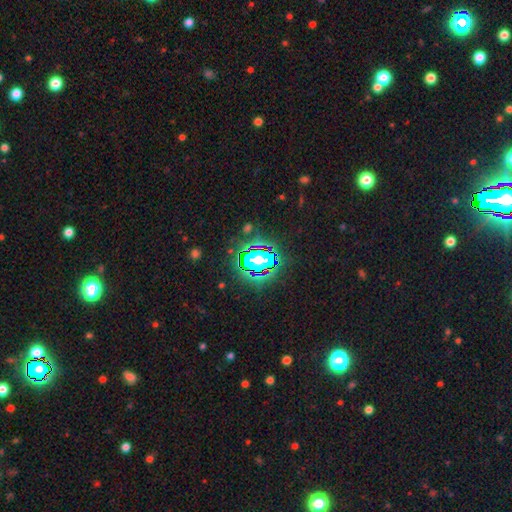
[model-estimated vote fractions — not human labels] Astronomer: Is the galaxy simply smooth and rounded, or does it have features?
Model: star or artifact — 71%.